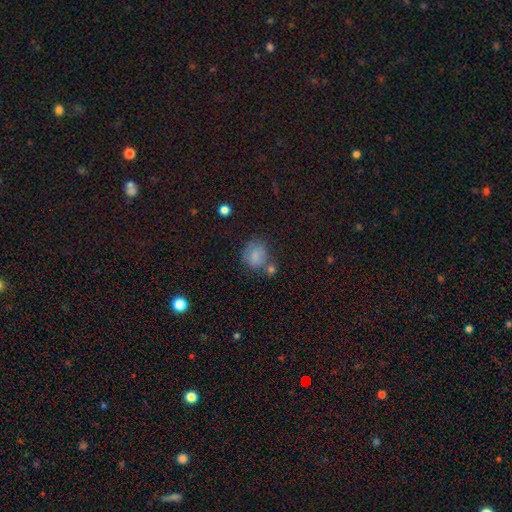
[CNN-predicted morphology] The model was most divided on "merging": none: 49%, minor disturbance: 23%, merger: 17%, major disturbance: 11%. More confident: smooth or featured — smooth (76%); how rounded — round (69%).